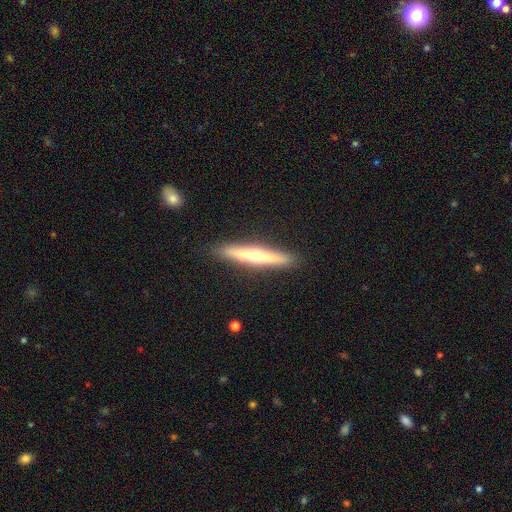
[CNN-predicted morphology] The model was most divided on "smooth or featured": featured or disk: 56%, smooth: 38%, star or artifact: 6%. More confident: edge-on disk — yes (94%); merging — none (90%); edge-on bulge — rounded (78%).